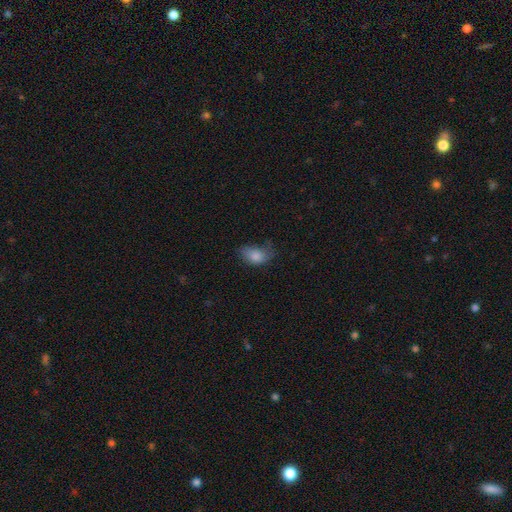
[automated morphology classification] Smooth or featured? smooth (81%)
How rounded? in between (86%)
Merging? none (39%)